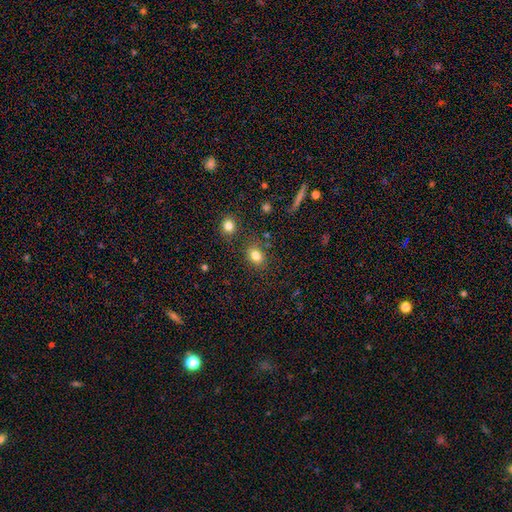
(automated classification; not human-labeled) Smooth or featured: smooth — 81% (star or artifact — 11%)
How rounded: in between — 55% (round — 43%)
Merging: none — 78% (minor disturbance — 12%)